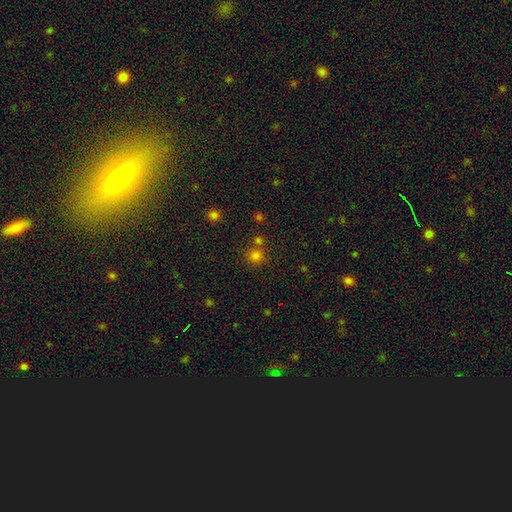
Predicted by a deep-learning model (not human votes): Smooth or featured: smooth — 76% (star or artifact — 19%)
How rounded: round — 91% (in between — 8%)
Merging: none — 71% (merger — 17%)